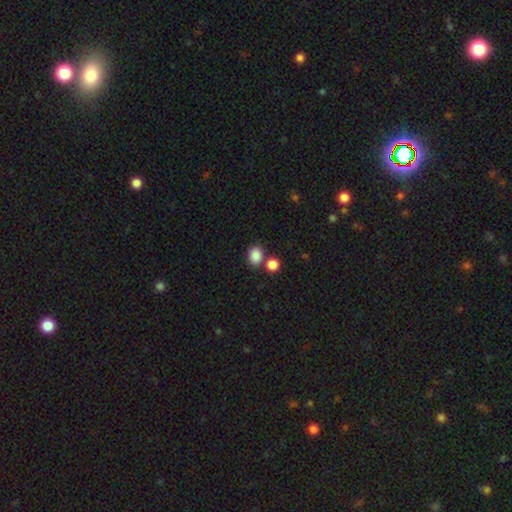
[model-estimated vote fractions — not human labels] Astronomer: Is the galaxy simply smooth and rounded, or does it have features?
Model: smooth — 86%.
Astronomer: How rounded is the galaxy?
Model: round — 58% (runner-up: in between, 41%).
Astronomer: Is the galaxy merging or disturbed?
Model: none — 65%.